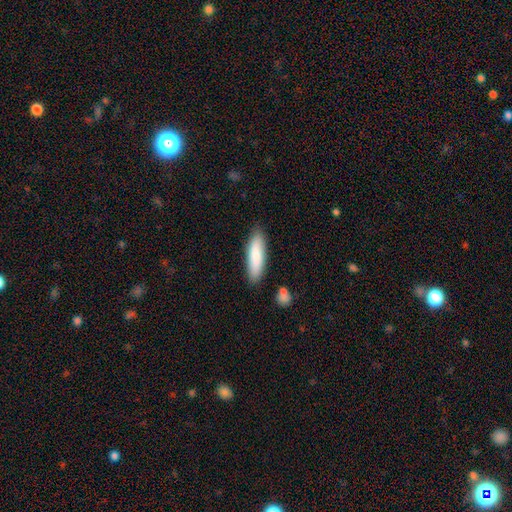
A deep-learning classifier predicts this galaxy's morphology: type=smooth (80%); roundness=cigar-shaped (61%); merging=none (84%).